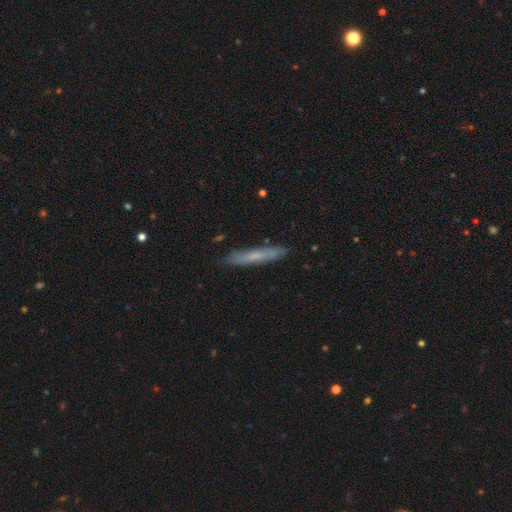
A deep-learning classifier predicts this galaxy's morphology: Smooth or featured: smooth — 56% (featured or disk — 37%)
How rounded: cigar-shaped — 94% (in between — 4%)
Merging: none — 85% (minor disturbance — 11%)